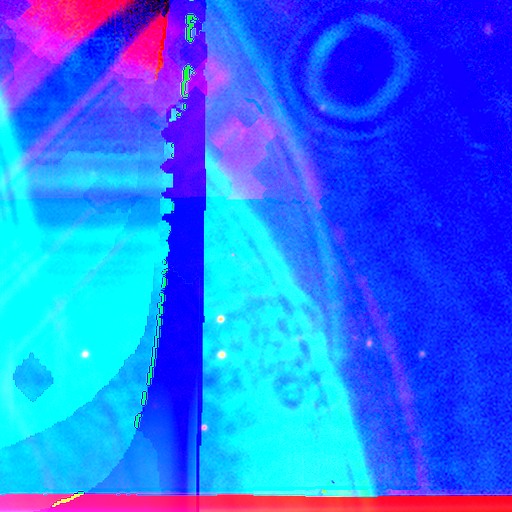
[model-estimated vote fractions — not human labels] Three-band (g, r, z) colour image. It shows a star or artifact, not a galaxy (87%).